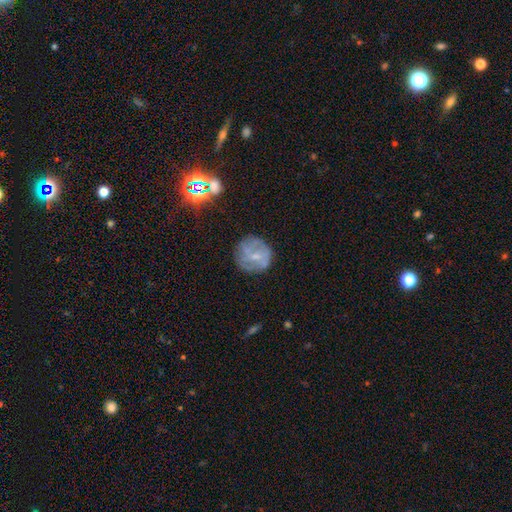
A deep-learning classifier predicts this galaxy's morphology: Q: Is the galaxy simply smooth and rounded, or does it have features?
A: featured or disk — 51%.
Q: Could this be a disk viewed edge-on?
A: no — 97%.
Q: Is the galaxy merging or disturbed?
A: none — 71%.